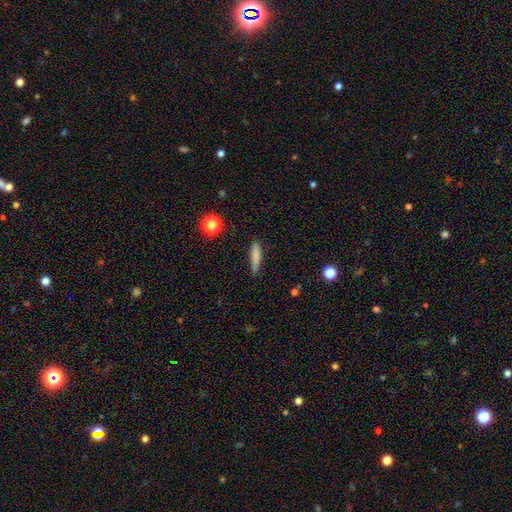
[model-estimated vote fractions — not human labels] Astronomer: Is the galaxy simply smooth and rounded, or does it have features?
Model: smooth — 80%.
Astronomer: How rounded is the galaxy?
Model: cigar-shaped — 84%.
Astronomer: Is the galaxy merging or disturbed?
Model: none — 78%.